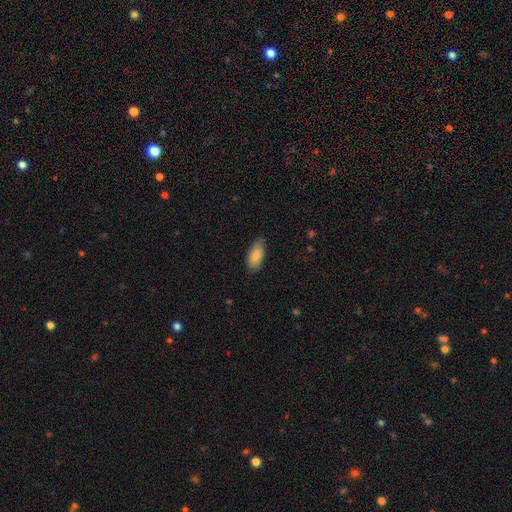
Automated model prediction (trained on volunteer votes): A smooth galaxy with no disk features (83%) that is in between round and cigar-shaped (89%).

Vote fractions:
- Smooth or featured? smooth: 83% / featured or disk: 11% / star or artifact: 6%
- How rounded? in between: 89% / cigar-shaped: 8% / round: 3%
- Merging? none: 80% / minor disturbance: 16% / major disturbance: 3% / merger: 1%